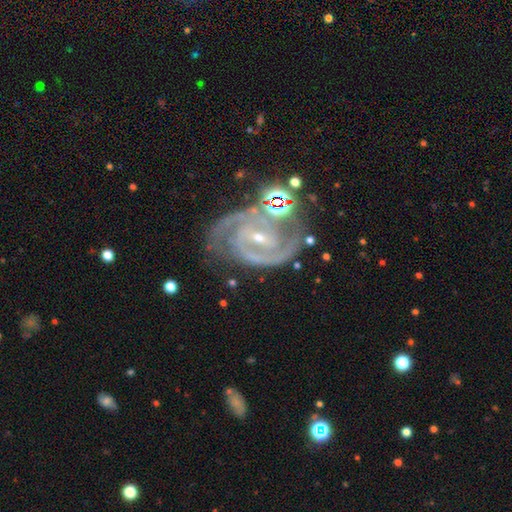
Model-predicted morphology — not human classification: type=featured or disk (91%); edge-on=no (97%); bar=weak (40%); spiral arms=yes (98%); winding=tight (50%); arm count=2 (71%); bulge=small (74%); merging=none (65%).